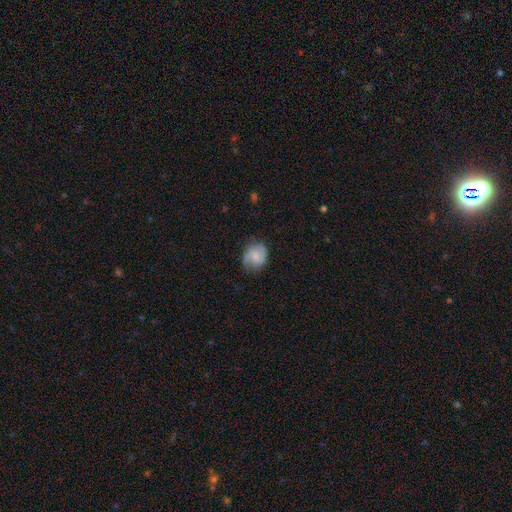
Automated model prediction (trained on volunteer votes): A featured or disk galaxy (59%) with no bar (56%), 2 (83%) medium (48%) spiral arms (92%) and a small central bulge (48%). Merging: none (73%).